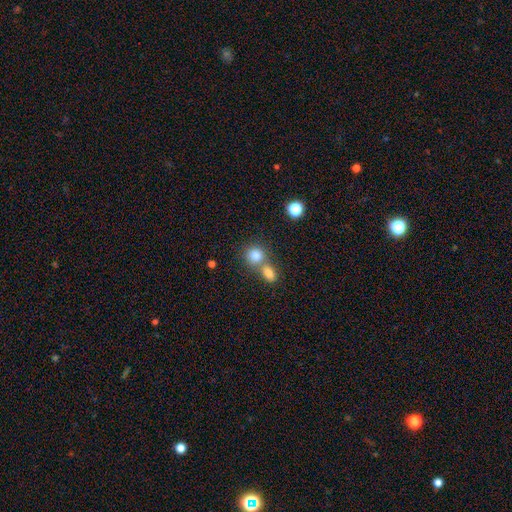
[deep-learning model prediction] A smooth galaxy with no disk features (81%) that is round (80%).

Vote fractions:
- Smooth or featured? smooth: 81% / star or artifact: 11% / featured or disk: 8%
- How rounded? round: 80% / in between: 19% / cigar-shaped: 1%
- Merging? merger: 45% / none: 44% / minor disturbance: 7% / major disturbance: 3%